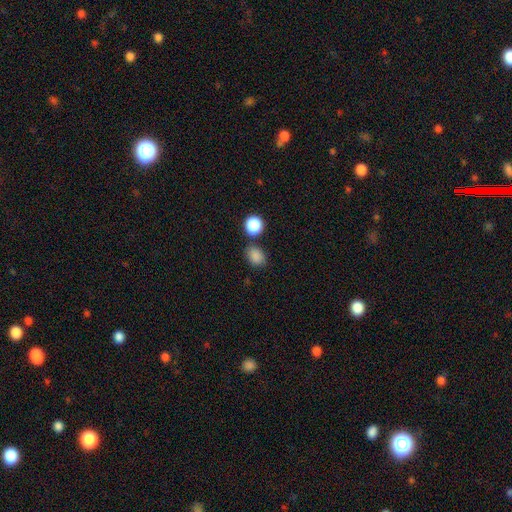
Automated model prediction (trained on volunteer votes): smooth_or_featured: smooth (p=0.85) [alt: star or artifact p=0.11]
how_rounded: in between (p=0.61) [alt: round p=0.38]
merging: none (p=0.71) [alt: minor disturbance p=0.14]